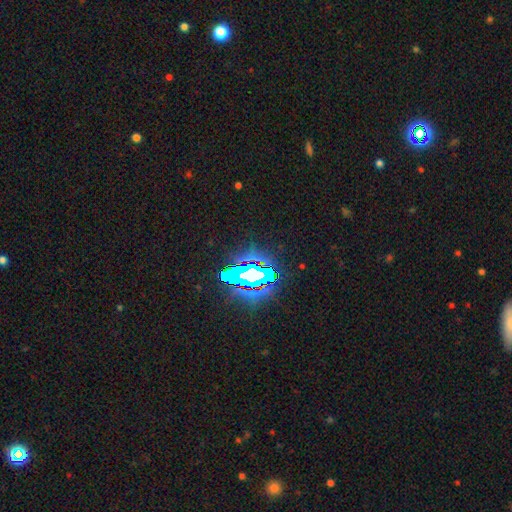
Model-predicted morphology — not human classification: Smooth or featured?
  - star or artifact: 83% *
  - smooth: 10%
  - featured or disk: 7%